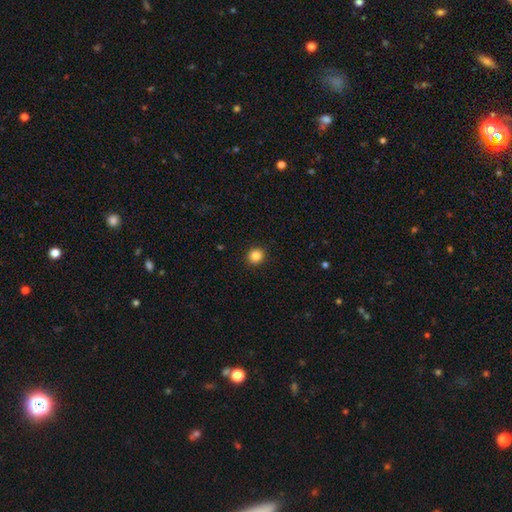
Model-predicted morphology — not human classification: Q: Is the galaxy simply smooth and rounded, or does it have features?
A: smooth — 85%.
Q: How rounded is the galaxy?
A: round — 90%.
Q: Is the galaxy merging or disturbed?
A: none — 92%.